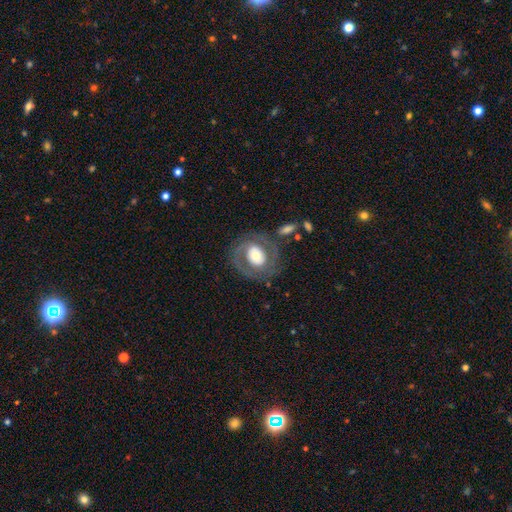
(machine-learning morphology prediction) This is likely a featured or disk galaxy (67%). It is clearly not viewed edge-on (96%). Bar: possibly no (59%). Spiral arm pattern: likely yes (65%). Central bulge: marginally moderate (45%). Merging: likely none (76%).